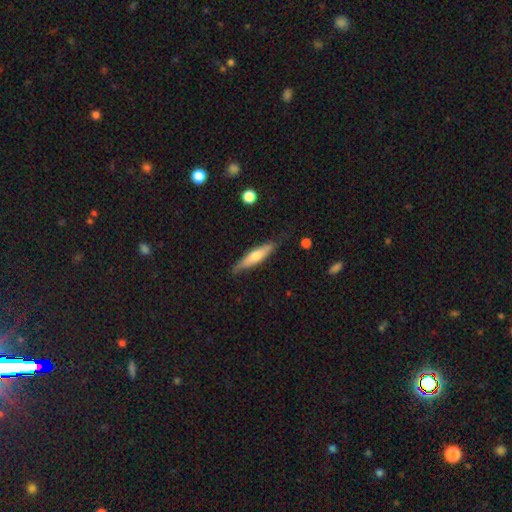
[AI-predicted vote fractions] The model was most divided on "smooth or featured": smooth: 56%, featured or disk: 38%, star or artifact: 6%. More confident: how rounded — cigar-shaped (80%); merging — none (79%).